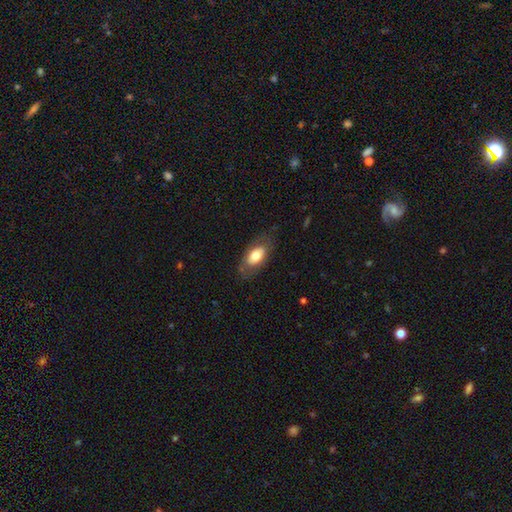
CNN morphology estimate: smooth_or_featured: smooth (p=0.67) [alt: featured or disk p=0.27]
how_rounded: in between (p=0.91) [alt: round p=0.05]
merging: none (p=0.76) [alt: minor disturbance p=0.16]